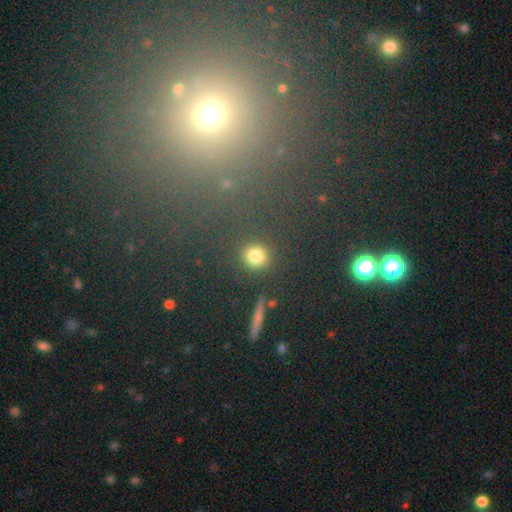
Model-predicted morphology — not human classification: Smooth or featured?
  - smooth: 80% *
  - star or artifact: 14%
  - featured or disk: 6%
How rounded?
  - round: 88% *
  - in between: 10%
  - cigar-shaped: 2%
Merging?
  - none: 90% *
  - minor disturbance: 6%
  - major disturbance: 2%
  - merger: 2%